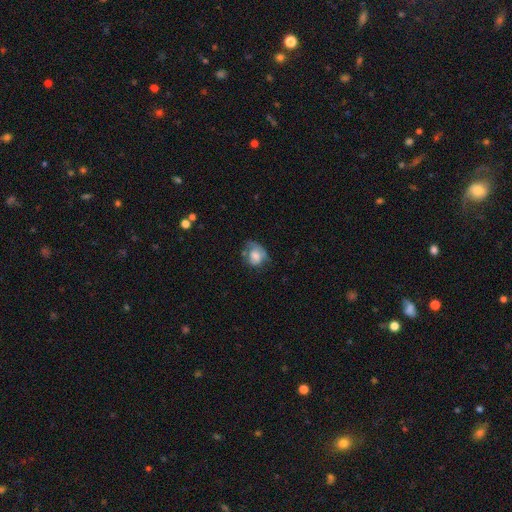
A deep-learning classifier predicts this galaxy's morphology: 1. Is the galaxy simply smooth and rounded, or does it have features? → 68% smooth, 24% featured or disk, 9% star or artifact.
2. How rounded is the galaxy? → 52% round, 47% in between, 1% cigar-shaped.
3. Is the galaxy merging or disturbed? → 33% minor disturbance (tied), 33% none (tied), 25% major disturbance, 8% merger.